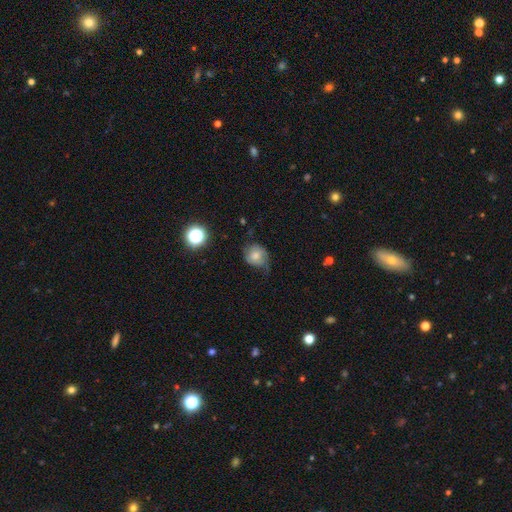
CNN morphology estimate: Q: Smooth or featured?
A: smooth (53%); runner-up: featured or disk (36%)
Q: How rounded?
A: round (69%); runner-up: in between (30%)
Q: Merging?
A: none (43%); runner-up: minor disturbance (34%)